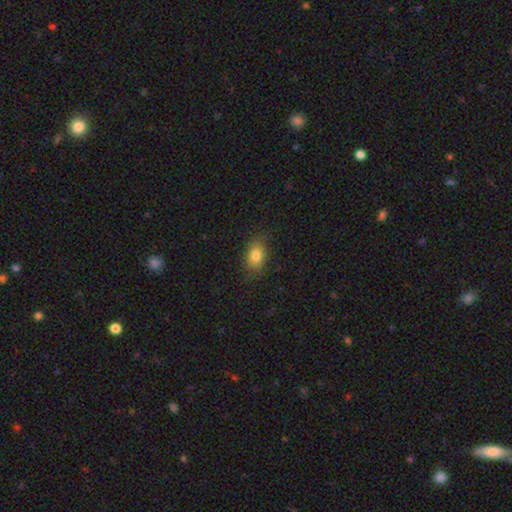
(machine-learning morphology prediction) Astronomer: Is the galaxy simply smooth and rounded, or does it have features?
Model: smooth — 81%.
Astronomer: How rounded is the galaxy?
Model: in between — 80%.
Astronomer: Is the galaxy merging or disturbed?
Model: none — 82%.